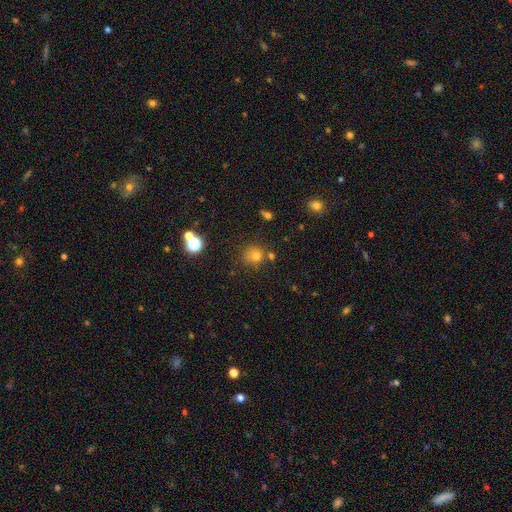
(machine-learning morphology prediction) smooth_or_featured: smooth (p=0.68) [alt: star or artifact p=0.25]
how_rounded: round (p=0.87) [alt: in between p=0.12]
merging: none (p=0.73) [alt: minor disturbance p=0.12]